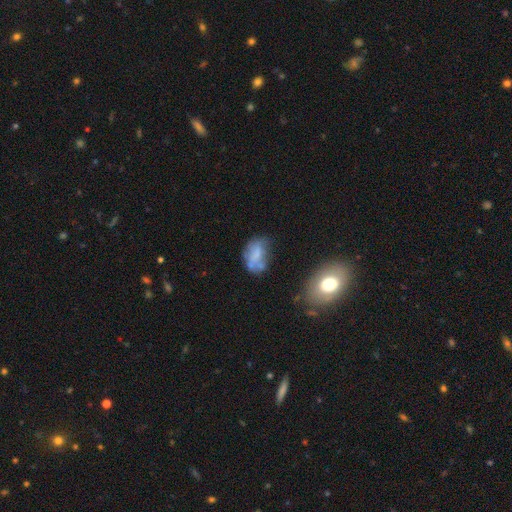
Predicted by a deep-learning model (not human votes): A smooth galaxy with no disk features (55%) that is in between round and cigar-shaped (86%). Merging: none (38%).